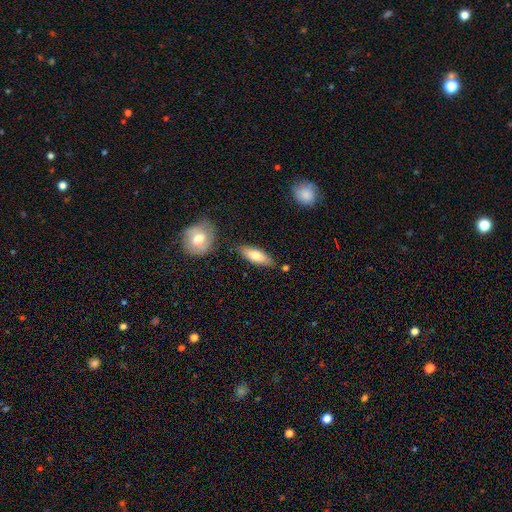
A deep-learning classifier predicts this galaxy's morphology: Smooth or featured? Predicted: smooth (p=0.69). How rounded? Predicted: in between (p=0.60). Merging? Predicted: none (p=0.79).